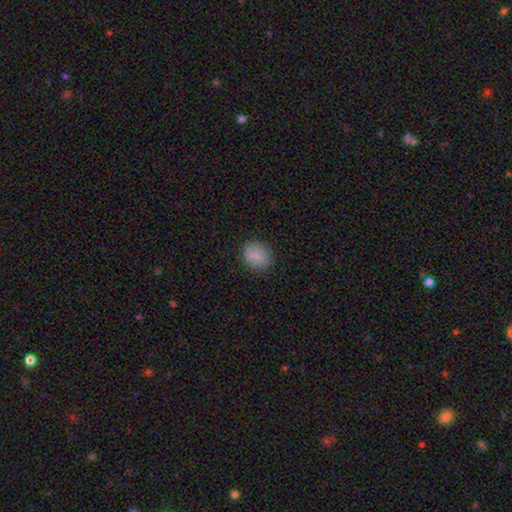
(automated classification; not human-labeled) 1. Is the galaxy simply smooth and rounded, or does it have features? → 86% smooth, 8% star or artifact, 6% featured or disk.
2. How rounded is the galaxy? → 66% round, 33% in between, 1% cigar-shaped.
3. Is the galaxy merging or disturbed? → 85% none, 11% minor disturbance, 3% major disturbance, 1% merger.